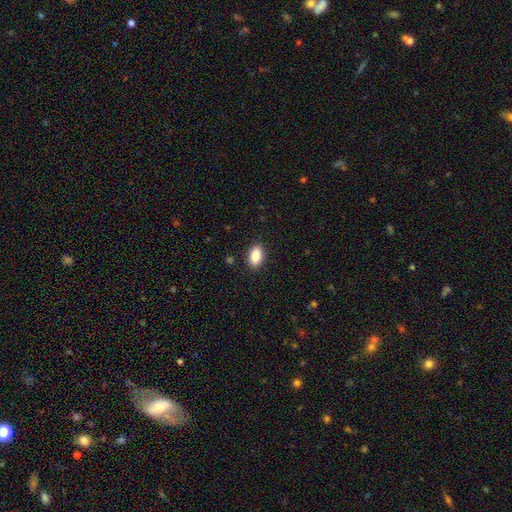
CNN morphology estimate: This is clearly a smooth galaxy (86%). How rounded: clearly in between (91%). Merging: clearly none (90%).